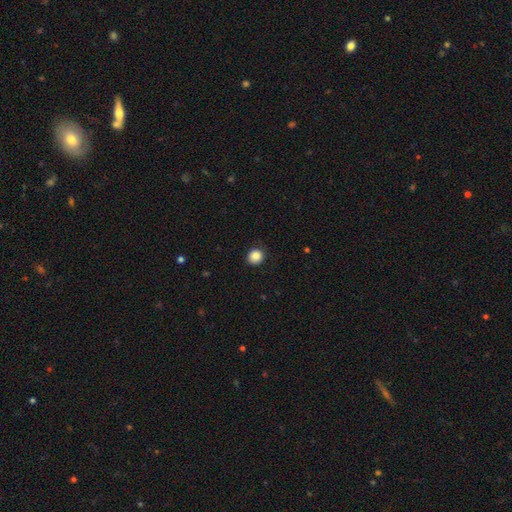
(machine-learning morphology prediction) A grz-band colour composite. It shows a smooth galaxy with no disk features (85%) that is round (87%). Merging: none (89%).